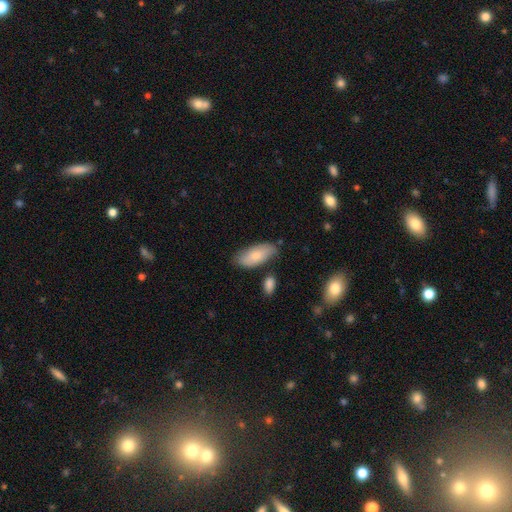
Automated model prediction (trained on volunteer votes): Smooth or featured: smooth — 76% (featured or disk — 18%)
How rounded: in between — 88% (cigar-shaped — 10%)
Merging: none — 73% (minor disturbance — 18%)